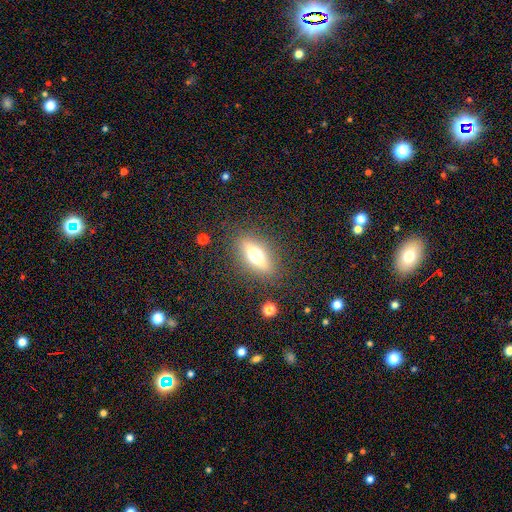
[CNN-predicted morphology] Q: Smooth or featured?
A: featured or disk (47%); runner-up: smooth (43%)
Q: Merging?
A: none (85%); runner-up: minor disturbance (9%)